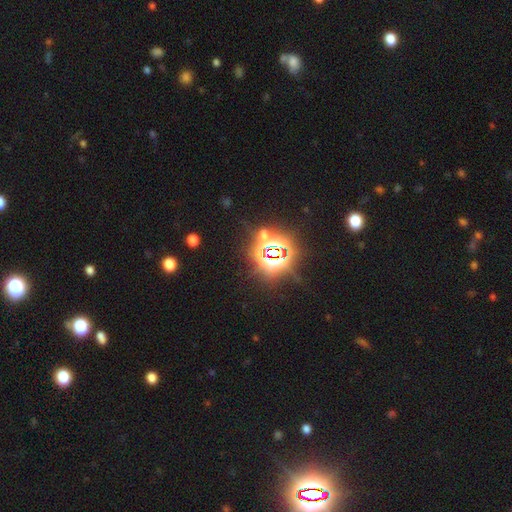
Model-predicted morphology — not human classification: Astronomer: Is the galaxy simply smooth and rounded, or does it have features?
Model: star or artifact — 82%.